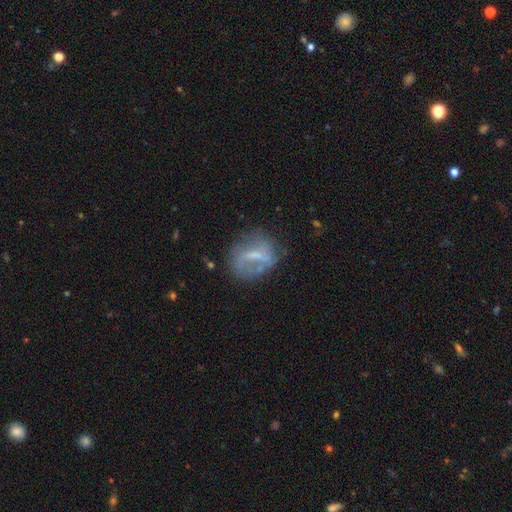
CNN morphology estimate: featured or disk 54%, smooth 36%, star or artifact 10%. Down the decision tree: edge-on disk — no (95%); bar — weak (45%); spiral arms — no (59%); bulge size — small (40%); merging — none (52%).